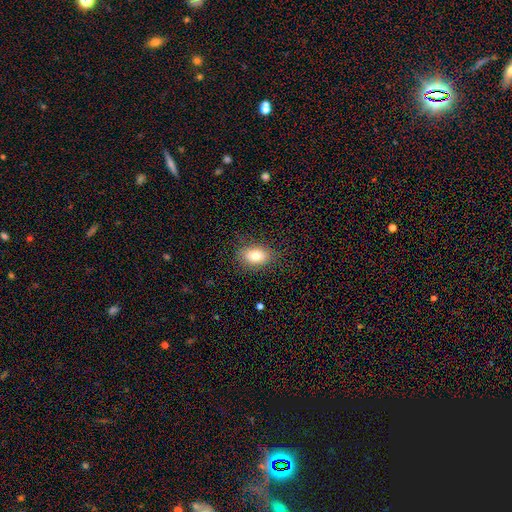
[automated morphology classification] This appears to be a smooth galaxy with no disk features (79%) that is in between round and cigar-shaped (82%). Merging: none (82%).